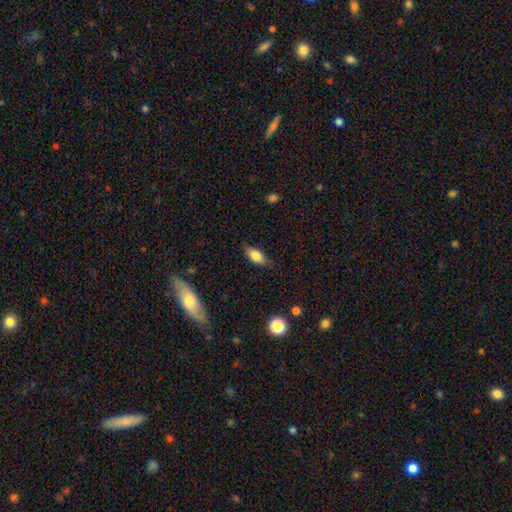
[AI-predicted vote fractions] This appears to be a smooth galaxy with no disk features (78%) that is in between round and cigar-shaped (84%). Merging: none (78%).